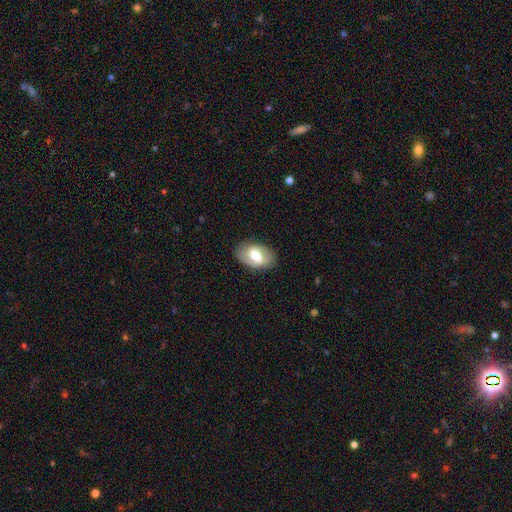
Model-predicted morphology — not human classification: A featured or disk galaxy (48%). Merging: none (83%).